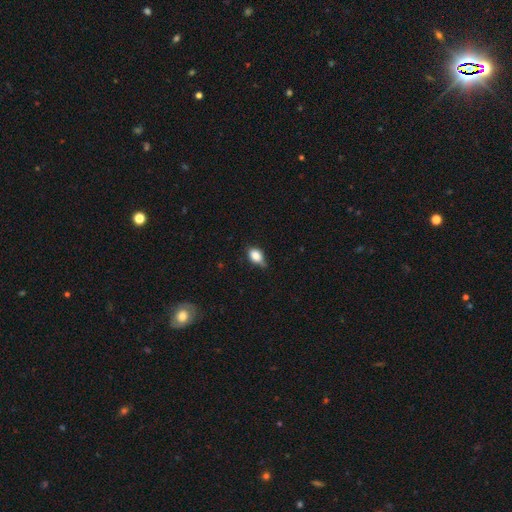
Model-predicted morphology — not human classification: Smooth or featured: smooth — 83% (star or artifact — 9%)
How rounded: in between — 74% (round — 24%)
Merging: none — 48% (minor disturbance — 41%)